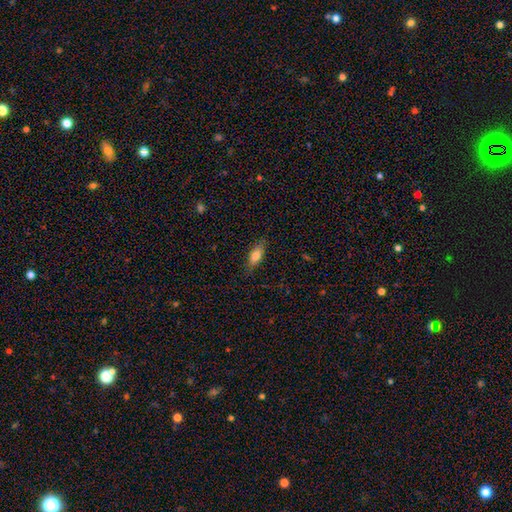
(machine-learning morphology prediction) Smooth or featured? Predicted: smooth (p=0.76). How rounded? Predicted: in between (p=0.71). Merging? Predicted: none (p=0.81).